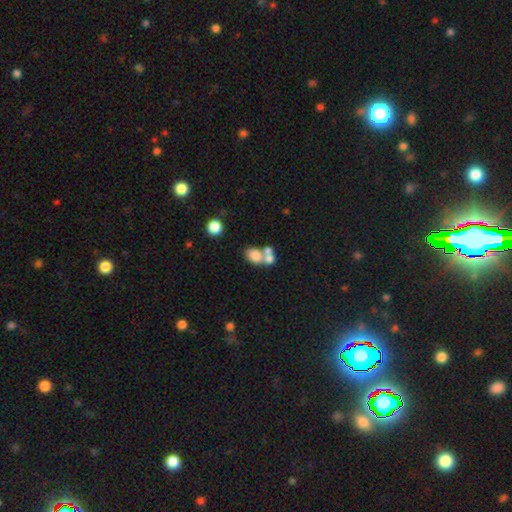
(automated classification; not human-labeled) A smooth galaxy with no disk features (71%) that is in between round and cigar-shaped (60%).

Vote fractions:
- Smooth or featured? smooth: 71% / featured or disk: 18% / star or artifact: 11%
- How rounded? in between: 60% / round: 38% / cigar-shaped: 1%
- Merging? merger: 54% / none: 32% / minor disturbance: 8% / major disturbance: 5%